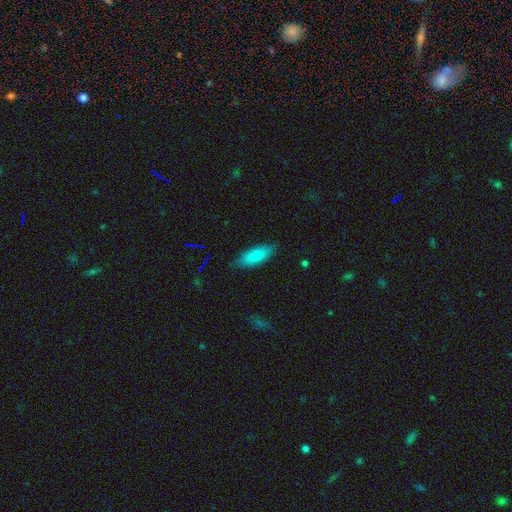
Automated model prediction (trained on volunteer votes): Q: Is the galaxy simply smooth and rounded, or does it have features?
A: smooth — 85%.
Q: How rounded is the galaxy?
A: in between — 70%.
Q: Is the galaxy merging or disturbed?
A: none — 83%.